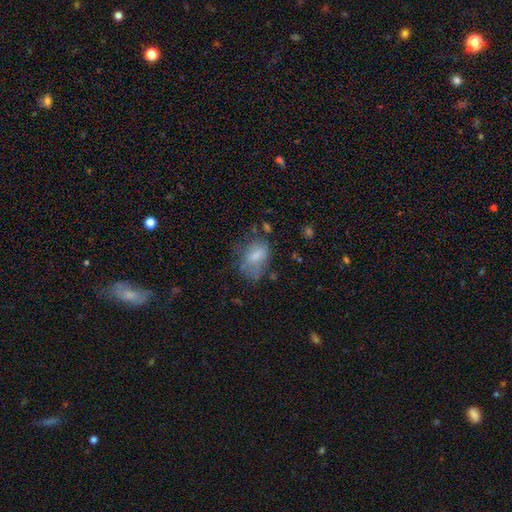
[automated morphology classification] The model was most divided on "merging": none: 41%, minor disturbance: 30%, major disturbance: 24%, merger: 5%. More confident: how rounded — in between (83%); smooth or featured — smooth (64%).